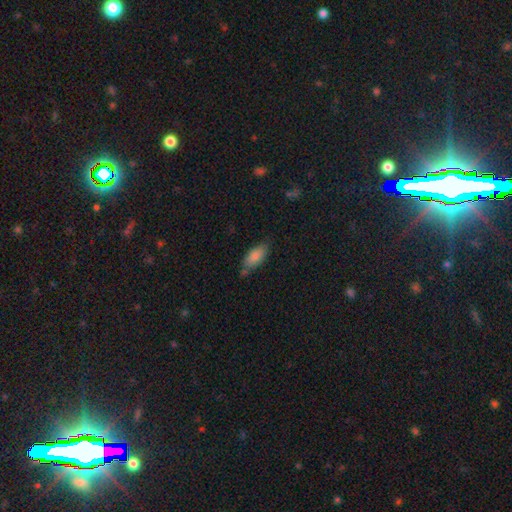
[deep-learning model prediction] smooth 83%, featured or disk 10%, star or artifact 7%. Down the decision tree: how rounded — in between (87%); merging — none (63%).